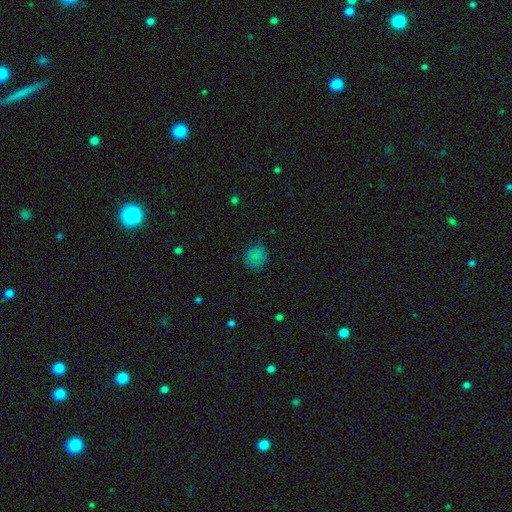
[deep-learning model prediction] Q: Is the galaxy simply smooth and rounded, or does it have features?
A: smooth — 78%.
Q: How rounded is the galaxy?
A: round — 69%.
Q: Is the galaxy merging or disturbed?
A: none — 76%.